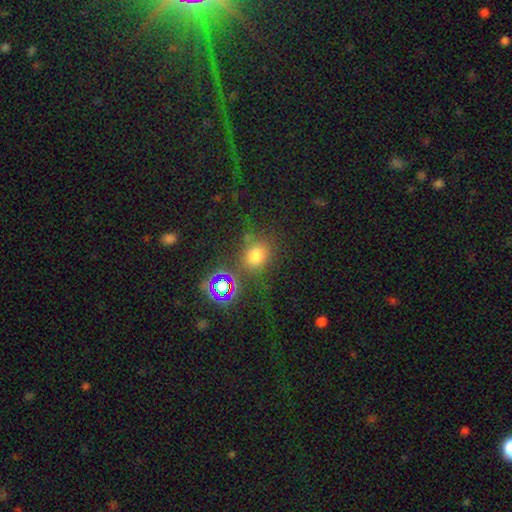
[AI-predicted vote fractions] A smooth galaxy with no disk features (67%) that is round (68%). Merging: none (71%).